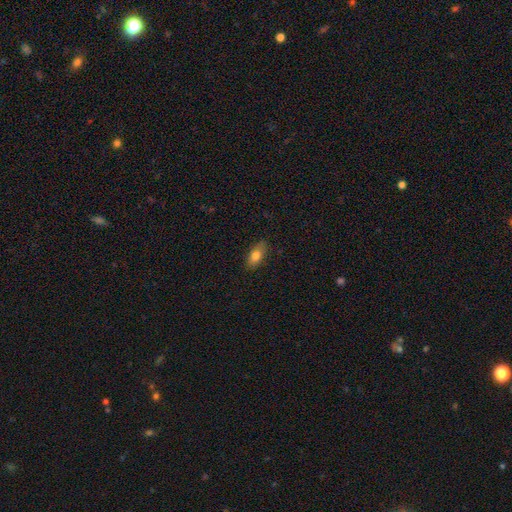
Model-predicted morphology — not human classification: This appears to be a smooth galaxy with no disk features (77%) that is in between round and cigar-shaped (81%). Merging: none (84%).